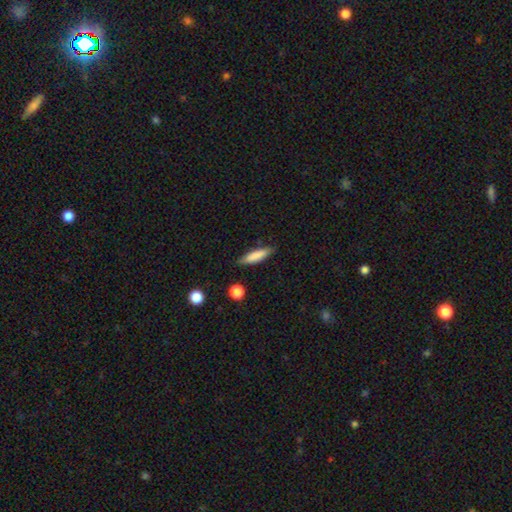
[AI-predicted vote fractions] smooth-or-featured: smooth: 81% | featured or disk: 12% | star or artifact: 6%
  how-rounded: cigar-shaped: 71% | in between: 27% | round: 2%
  merging: none: 83% | minor disturbance: 13% | major disturbance: 2% | merger: 2%